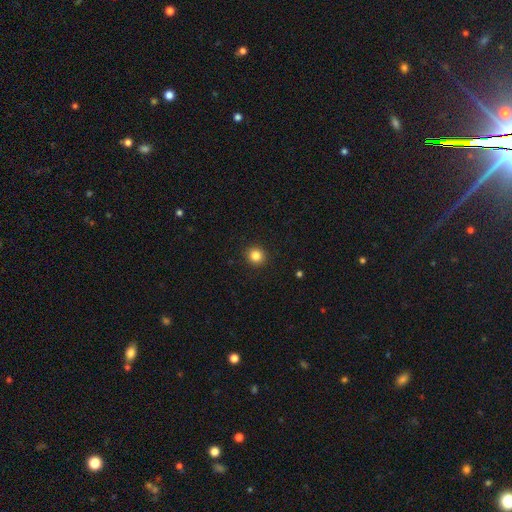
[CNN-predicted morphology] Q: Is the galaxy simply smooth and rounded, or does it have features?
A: smooth — 84%.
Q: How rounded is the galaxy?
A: round — 92%.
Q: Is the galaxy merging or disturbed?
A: none — 92%.